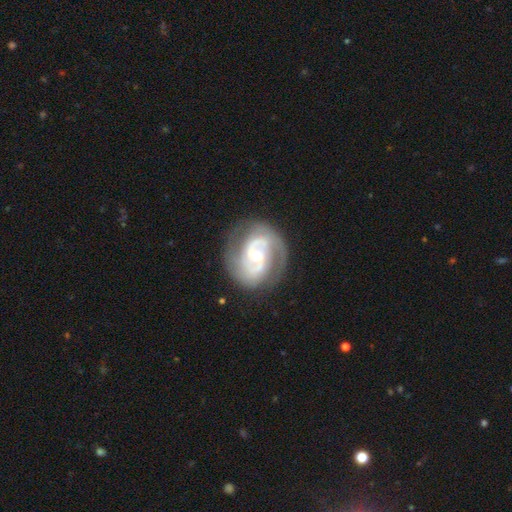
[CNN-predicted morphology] featured or disk 86%, smooth 7%, star or artifact 6%. Down the decision tree: edge-on disk — no (98%); bar — weak (43%); spiral arms — yes (96%); spiral arm count — 2 (81%); spiral winding — tight (45%); bulge size — moderate (47%); merging — none (78%).